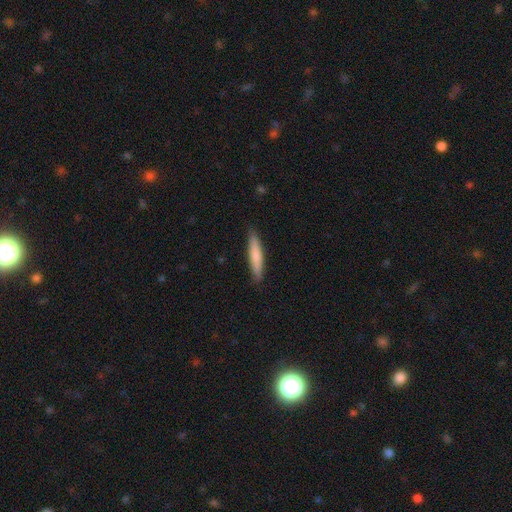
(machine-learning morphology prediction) A smooth galaxy with no disk features (74%) that is cigar-shaped (90%).

Vote fractions:
- Smooth or featured? smooth: 74% / featured or disk: 21% / star or artifact: 5%
- How rounded? cigar-shaped: 90% / in between: 9% / round: 1%
- Merging? none: 89% / minor disturbance: 9% / major disturbance: 2% / merger: 1%